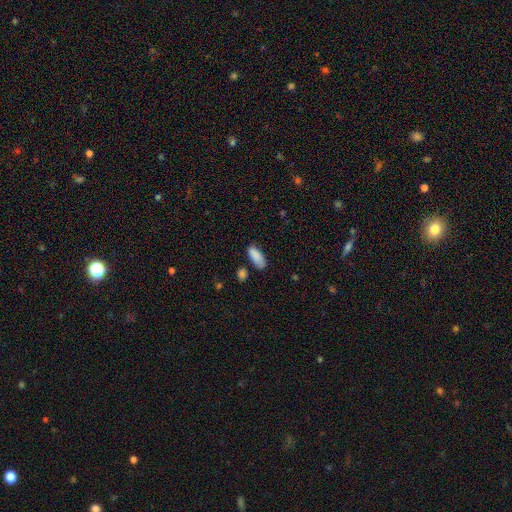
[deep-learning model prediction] Q: Smooth or featured?
A: smooth (86%); runner-up: star or artifact (8%)
Q: How rounded?
A: in between (79%); runner-up: cigar-shaped (19%)
Q: Merging?
A: none (66%); runner-up: minor disturbance (21%)